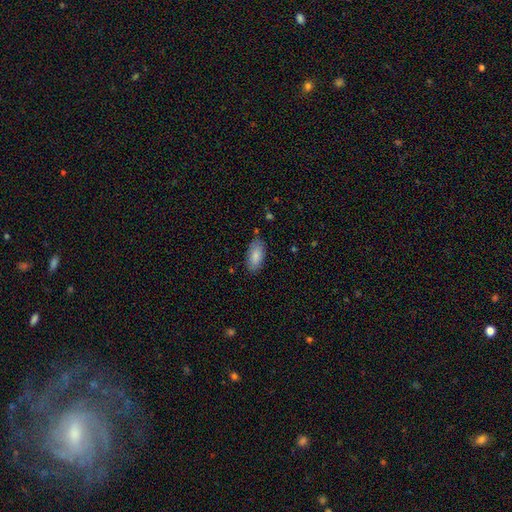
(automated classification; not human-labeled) Smooth or featured?
  - smooth: 86% *
  - featured or disk: 8%
  - star or artifact: 6%
How rounded?
  - in between: 90% *
  - cigar-shaped: 8%
  - round: 2%
Merging?
  - none: 81% *
  - minor disturbance: 14%
  - major disturbance: 3%
  - merger: 2%